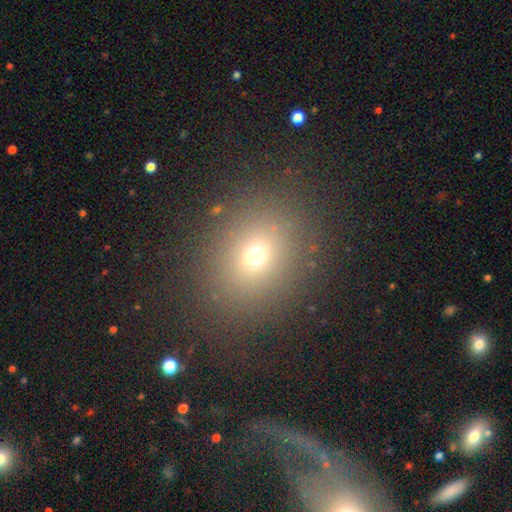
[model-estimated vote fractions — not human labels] Smooth or featured?
  - smooth: 68% *
  - star or artifact: 21%
  - featured or disk: 11%
How rounded?
  - round: 66% *
  - in between: 33%
  - cigar-shaped: 1%
Merging?
  - none: 85% *
  - minor disturbance: 8%
  - major disturbance: 5%
  - merger: 2%